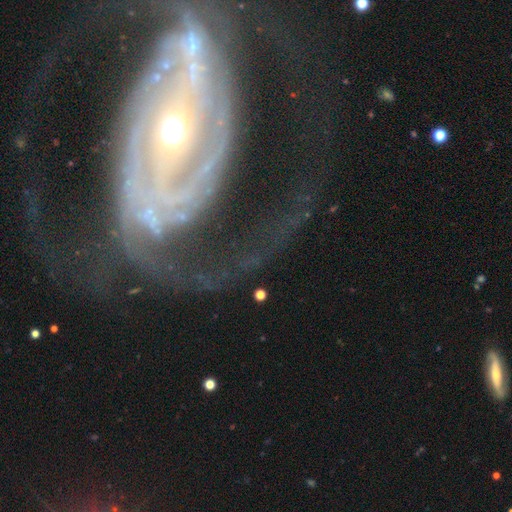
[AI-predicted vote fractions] Smooth or featured? Predicted: featured or disk (p=0.89). Edge-on disk? Predicted: no (p=0.95). Bar? Predicted: no (p=0.43). Spiral arms? Predicted: yes (p=0.93). Spiral winding? Predicted: tight (p=0.49). Spiral arm count? Predicted: 2 (p=0.44). Bulge size? Predicted: moderate (p=0.57). Merging? Predicted: none (p=0.53).